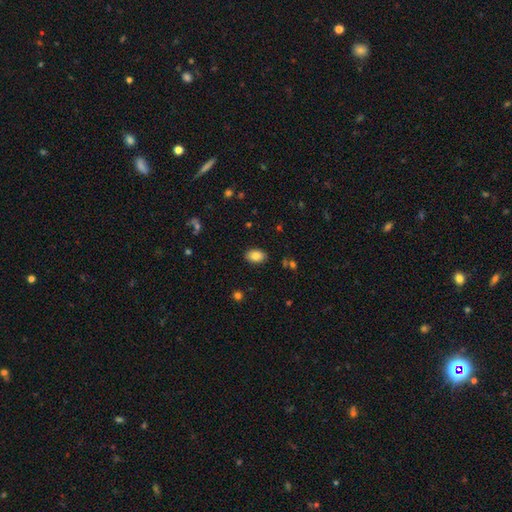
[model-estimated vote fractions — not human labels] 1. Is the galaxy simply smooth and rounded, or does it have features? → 83% smooth, 9% featured or disk, 8% star or artifact.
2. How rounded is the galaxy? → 88% in between, 10% round, 1% cigar-shaped.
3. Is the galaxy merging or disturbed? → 87% none, 9% minor disturbance, 2% major disturbance, 1% merger.